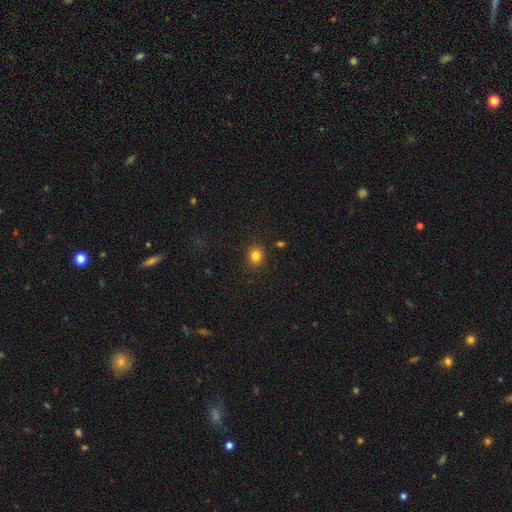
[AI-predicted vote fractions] Smooth or featured?
  - smooth: 83% *
  - star or artifact: 12%
  - featured or disk: 5%
How rounded?
  - round: 73% *
  - in between: 26%
  - cigar-shaped: 1%
Merging?
  - none: 88% *
  - minor disturbance: 8%
  - major disturbance: 2%
  - merger: 2%